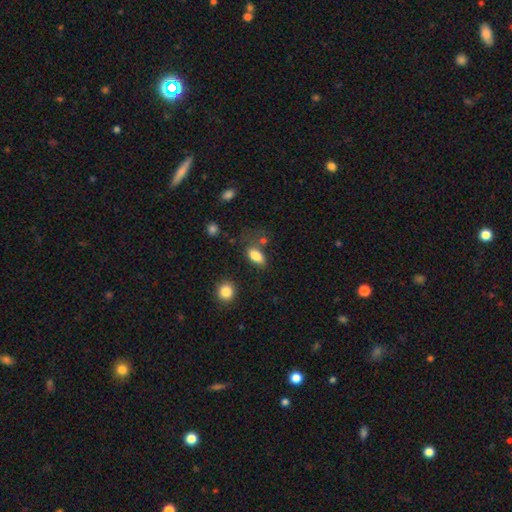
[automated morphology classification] smooth 83%, star or artifact 9%, featured or disk 8%. Down the decision tree: how rounded — in between (89%); merging — none (61%).